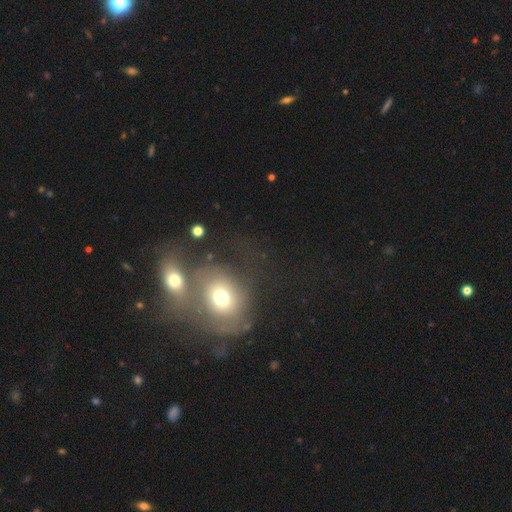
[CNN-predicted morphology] Smooth or featured?
  - smooth: 43% *
  - featured or disk: 37%
  - star or artifact: 20%
Merging?
  - merger: 48% *
  - none: 29%
  - major disturbance: 11%
  - minor disturbance: 11%